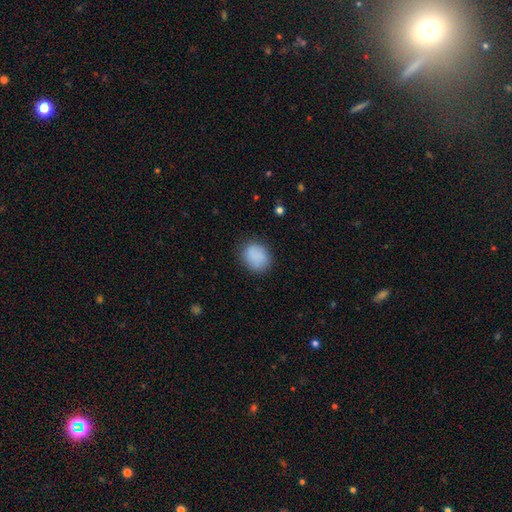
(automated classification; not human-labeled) Overall: smooth (87%). How rounded: round (53%; in between 47%). Merging: none (82%).